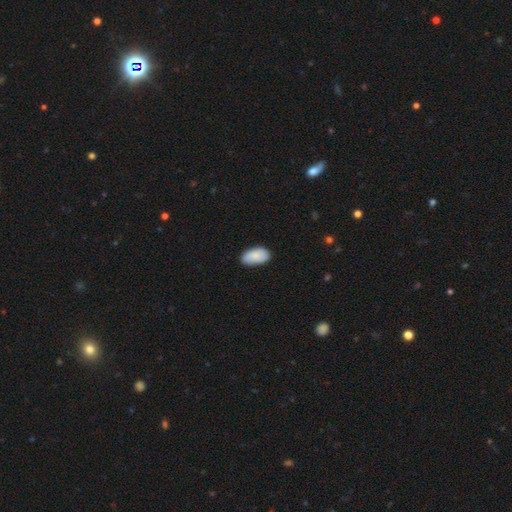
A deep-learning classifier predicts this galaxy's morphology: Overall: smooth (83%). How rounded: in between (95%). Merging: none (78%).